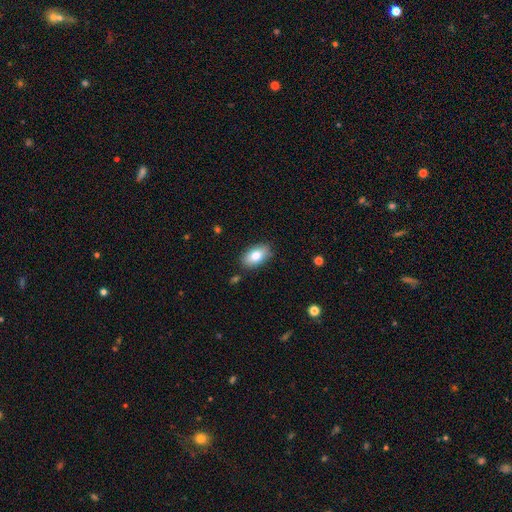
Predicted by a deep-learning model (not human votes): Overall: smooth (80%). How rounded: in between (93%). Merging: none (85%).